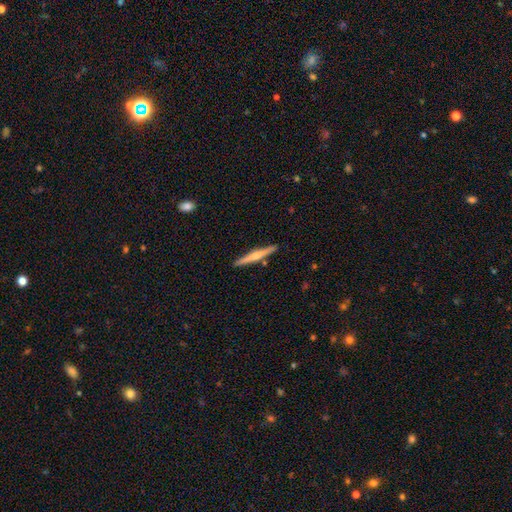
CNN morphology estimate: smooth-or-featured: featured or disk: 56% | smooth: 38% | star or artifact: 5%
  disk-edge-on: yes: 98% | no: 2%
    edge-on-bulge: rounded: 73% | none: 19% | boxy: 8%
  merging: none: 89% | minor disturbance: 7% | merger: 3% | major disturbance: 1%